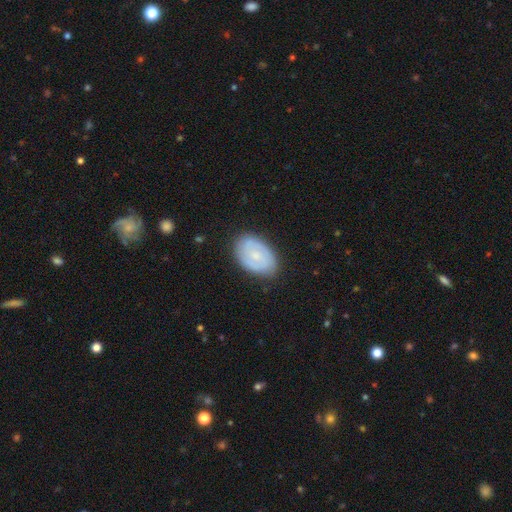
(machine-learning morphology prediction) type=featured or disk (50%); edge-on=no (96%); merging=none (80%).